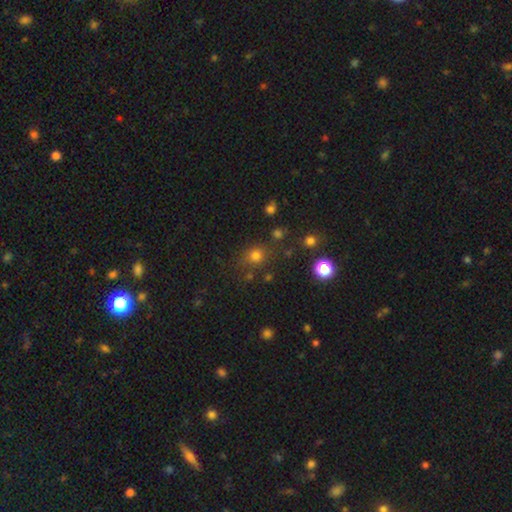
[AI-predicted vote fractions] A smooth galaxy with no disk features (74%) that is round (82%).

Vote fractions:
- Smooth or featured? smooth: 74% / star or artifact: 19% / featured or disk: 7%
- How rounded? round: 82% / in between: 17% / cigar-shaped: 1%
- Merging? none: 75% / minor disturbance: 12% / merger: 7% / major disturbance: 6%